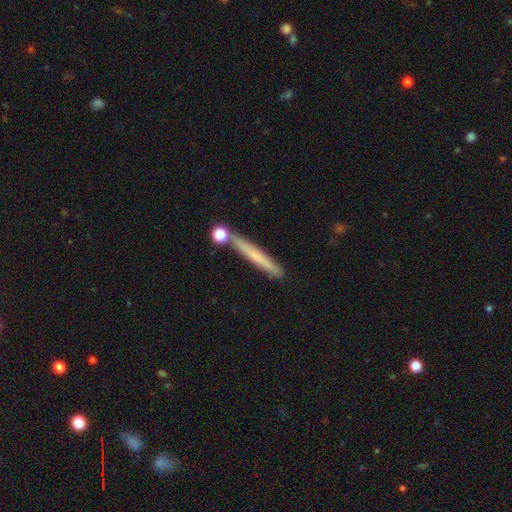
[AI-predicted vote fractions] A smooth galaxy with no disk features (60%) that is cigar-shaped (95%). Merging: none (79%).